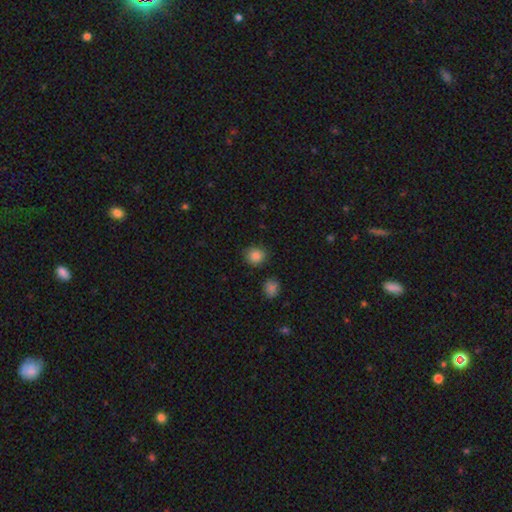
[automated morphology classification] Smooth or featured? smooth (85%)
How rounded? round (84%)
Merging? none (85%)